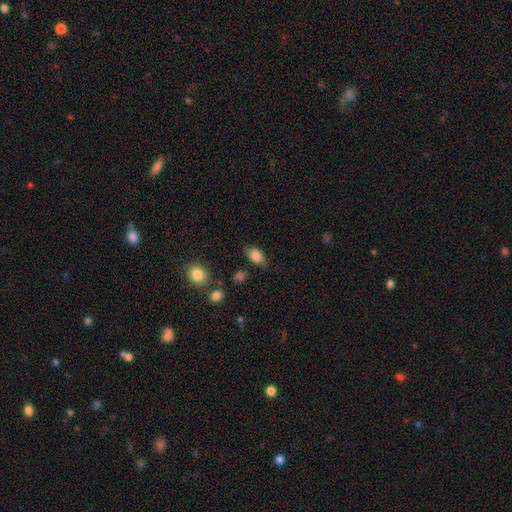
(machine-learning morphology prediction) type=smooth (81%); roundness=in between (86%); merging=none (71%).